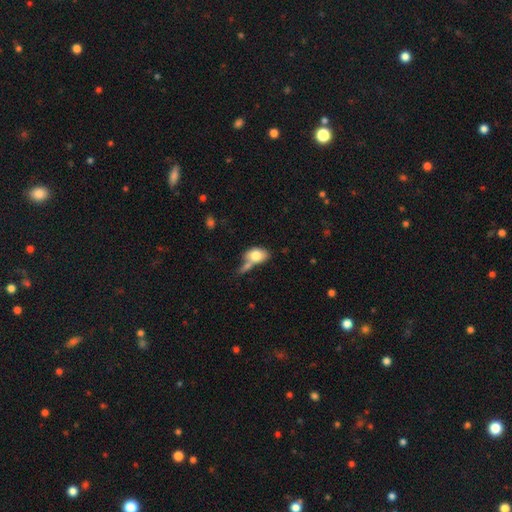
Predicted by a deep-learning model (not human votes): Q: Smooth or featured?
A: smooth (76%); runner-up: featured or disk (17%)
Q: How rounded?
A: in between (84%); runner-up: round (13%)
Q: Merging?
A: merger (41%); runner-up: none (32%)